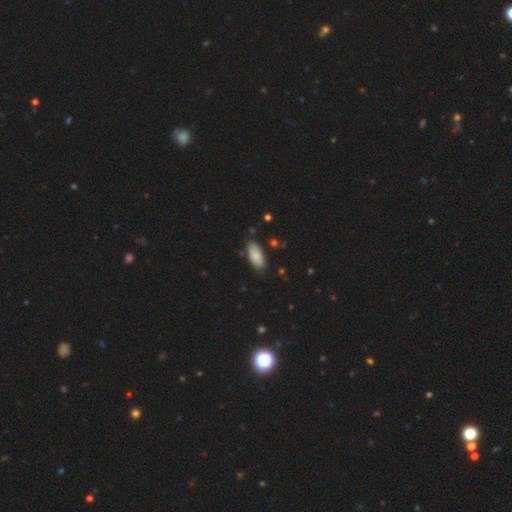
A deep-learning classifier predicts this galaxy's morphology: Q: Smooth or featured?
A: smooth (84%); runner-up: featured or disk (9%)
Q: How rounded?
A: in between (89%); runner-up: cigar-shaped (9%)
Q: Merging?
A: none (85%); runner-up: minor disturbance (11%)